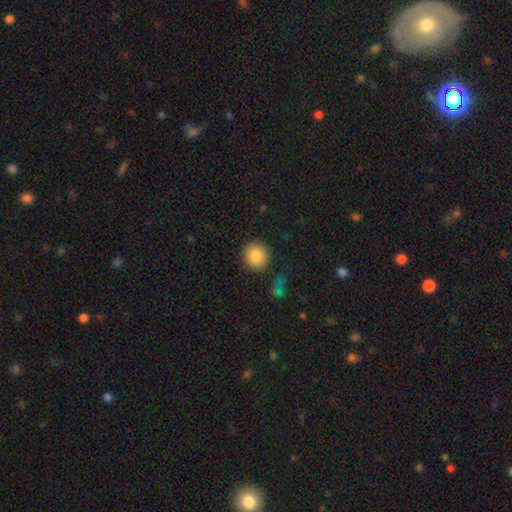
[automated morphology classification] smooth-or-featured: smooth: 86% | star or artifact: 8% | featured or disk: 6%
  how-rounded: round: 88% | in between: 11% | cigar-shaped: 1%
  merging: none: 86% | minor disturbance: 9% | major disturbance: 3% | merger: 2%